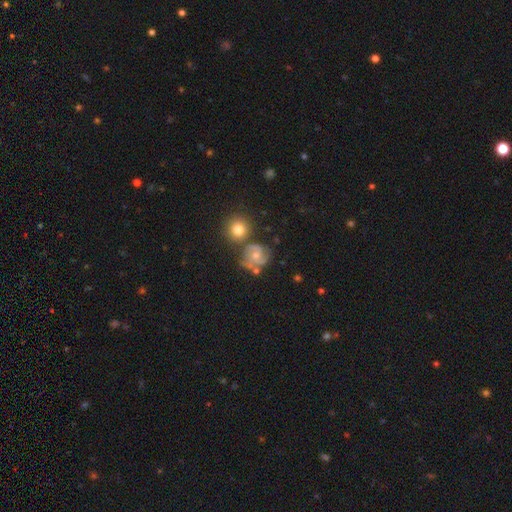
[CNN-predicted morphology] smooth_or_featured: featured or disk (p=0.66) [alt: smooth p=0.25]
disk_edge_on: no (p=0.98) [alt: yes p=0.02]
bar: no (p=0.70) [alt: weak p=0.25]
has_spiral_arms: yes (p=0.86) [alt: no p=0.14]
spiral_winding: medium (p=0.45) [alt: tight p=0.40]
spiral_arm_count: 2 (p=0.53) [alt: can't tell p=0.19]
bulge_size: moderate (p=0.50) [alt: small p=0.44]
merging: none (p=0.52) [alt: minor disturbance p=0.23]